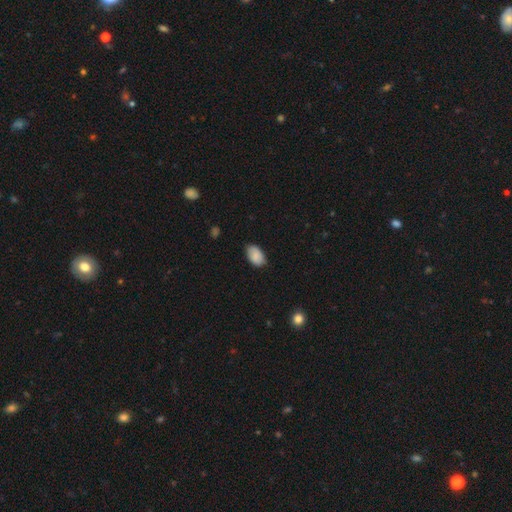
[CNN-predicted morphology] smooth_or_featured: smooth (p=0.87) [alt: star or artifact p=0.07]
how_rounded: in between (p=0.91) [alt: round p=0.07]
merging: none (p=0.74) [alt: minor disturbance p=0.22]